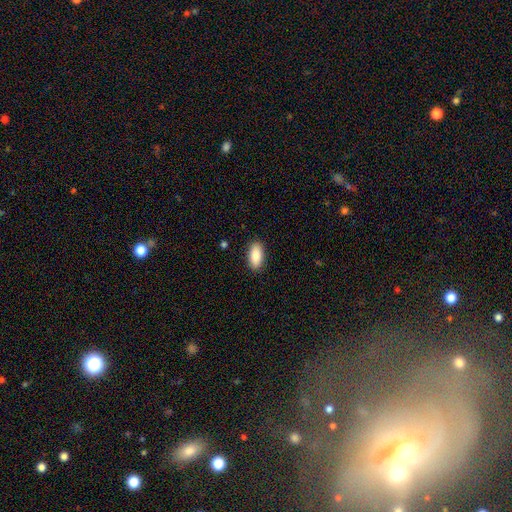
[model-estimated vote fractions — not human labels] smooth_or_featured: smooth (p=0.88) [alt: star or artifact p=0.06]
how_rounded: in between (p=0.89) [alt: cigar-shaped p=0.08]
merging: none (p=0.89) [alt: minor disturbance p=0.08]